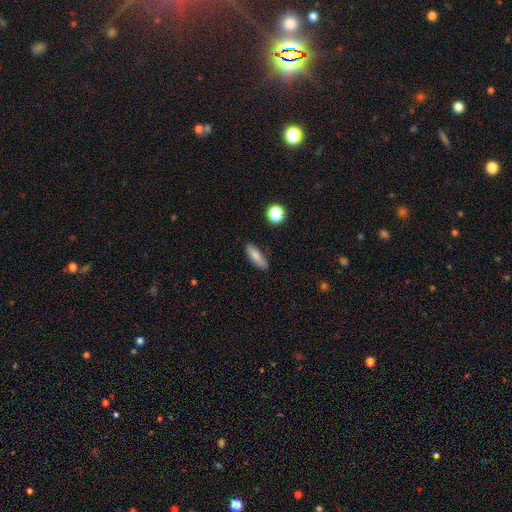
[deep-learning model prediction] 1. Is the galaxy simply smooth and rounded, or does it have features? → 79% smooth, 13% featured or disk, 8% star or artifact.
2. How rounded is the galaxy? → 62% in between, 34% cigar-shaped, 3% round.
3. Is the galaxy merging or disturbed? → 84% none, 12% minor disturbance, 2% major disturbance, 2% merger.